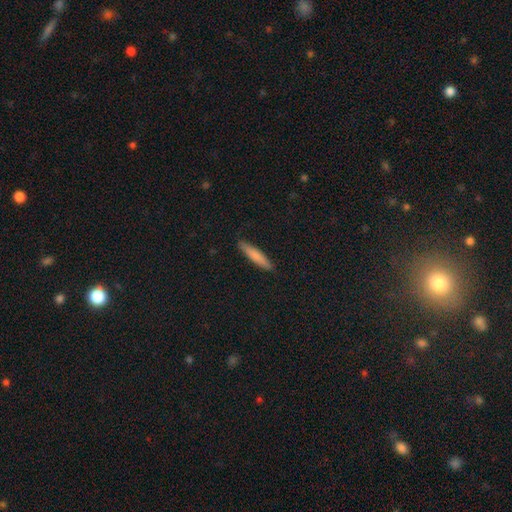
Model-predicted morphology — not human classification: Smooth or featured? smooth (79%)
How rounded? cigar-shaped (88%)
Merging? none (89%)